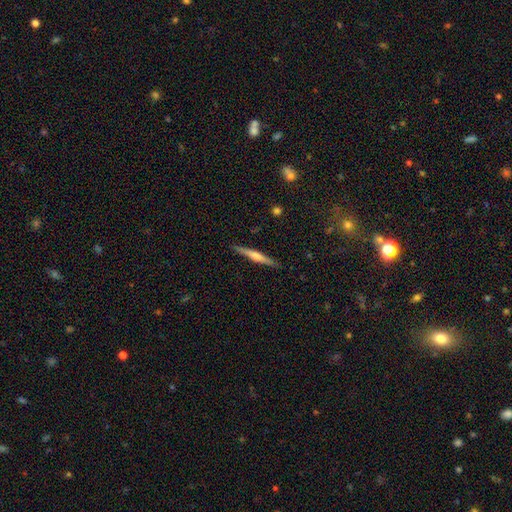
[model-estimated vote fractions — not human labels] A featured or disk galaxy (64%) viewed edge-on (98%) with a rounded central bulge (73%). Merging: none (90%).